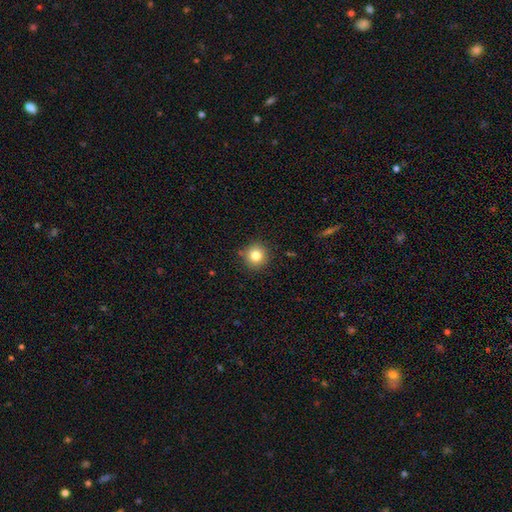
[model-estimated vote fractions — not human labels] smooth_or_featured: smooth (p=0.81) [alt: star or artifact p=0.12]
how_rounded: round (p=0.94) [alt: in between p=0.05]
merging: none (p=0.87) [alt: minor disturbance p=0.08]